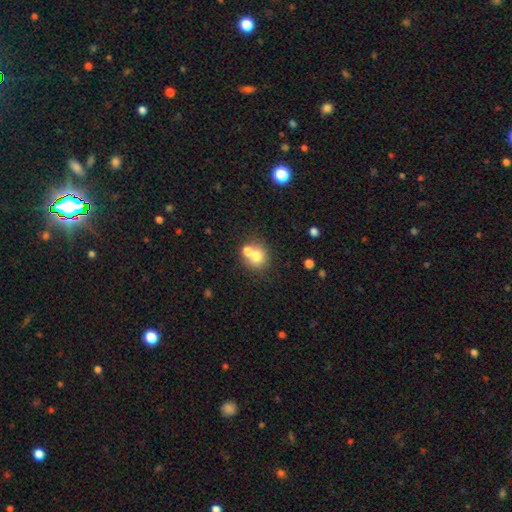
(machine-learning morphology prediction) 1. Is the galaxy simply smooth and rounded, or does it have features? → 73% smooth, 15% featured or disk, 13% star or artifact.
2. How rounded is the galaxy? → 84% round, 16% in between, 1% cigar-shaped.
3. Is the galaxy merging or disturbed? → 52% none, 37% merger, 8% minor disturbance, 3% major disturbance.